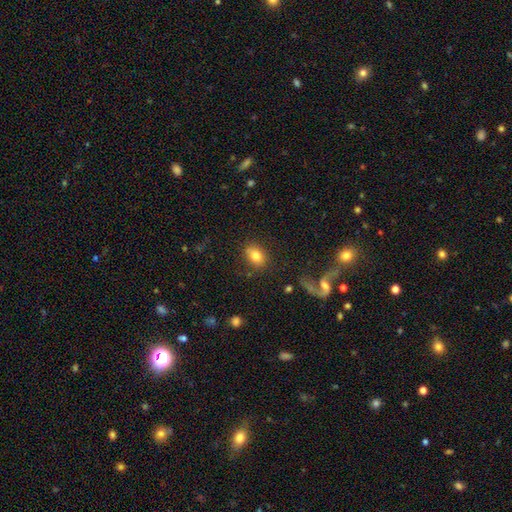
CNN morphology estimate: type=smooth (79%); roundness=in between (66%); merging=none (79%).